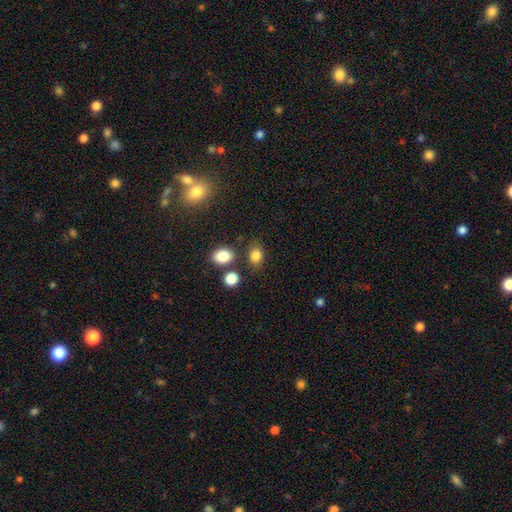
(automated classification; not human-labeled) Q: Smooth or featured?
A: smooth (84%); runner-up: star or artifact (10%)
Q: How rounded?
A: in between (64%); runner-up: round (35%)
Q: Merging?
A: none (72%); runner-up: minor disturbance (14%)